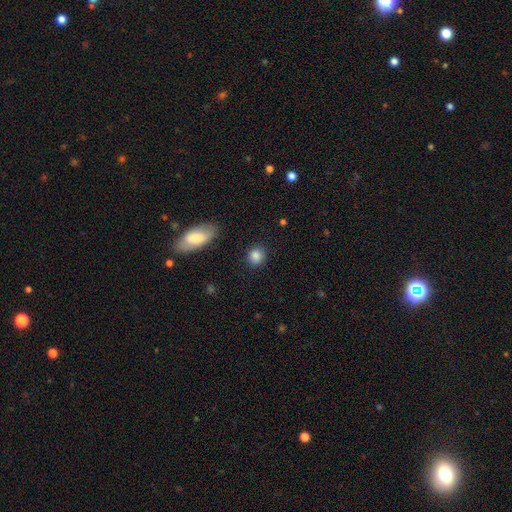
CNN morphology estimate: This is clearly a smooth galaxy (85%). How rounded: likely round (77%). Merging: clearly none (88%).